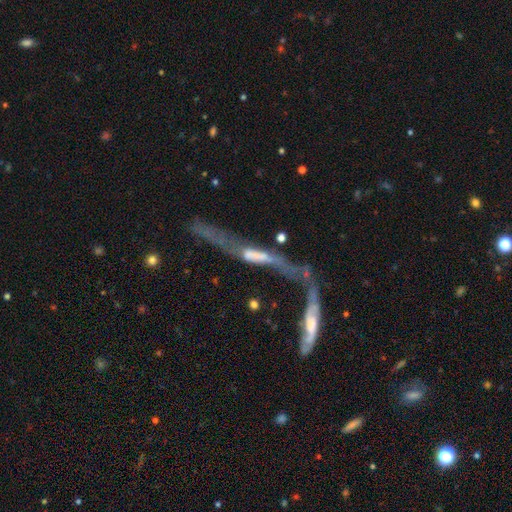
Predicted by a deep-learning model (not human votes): Smooth or featured? featured or disk (64%)
Edge-on disk? yes (57%)
Merging? merger (44%)